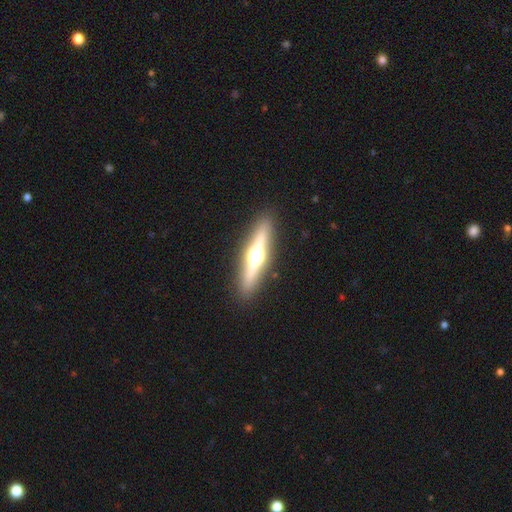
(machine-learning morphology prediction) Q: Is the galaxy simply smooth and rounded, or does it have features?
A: featured or disk — 71%.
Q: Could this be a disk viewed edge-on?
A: yes — 96%.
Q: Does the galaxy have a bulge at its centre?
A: rounded — 96%.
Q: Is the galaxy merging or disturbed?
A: none — 90%.